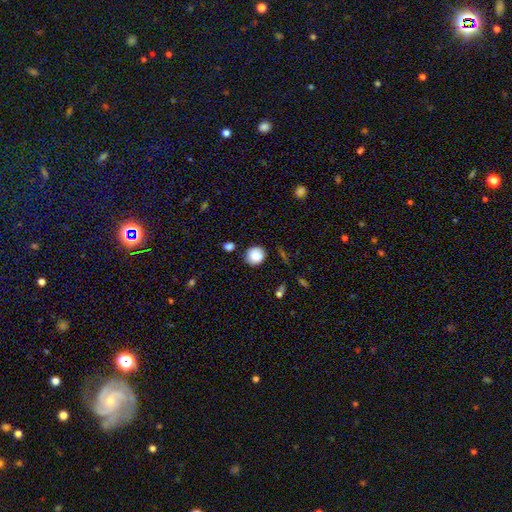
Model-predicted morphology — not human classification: smooth 82%, featured or disk 10%, star or artifact 8%. Down the decision tree: how rounded — round (86%); merging — none (78%).